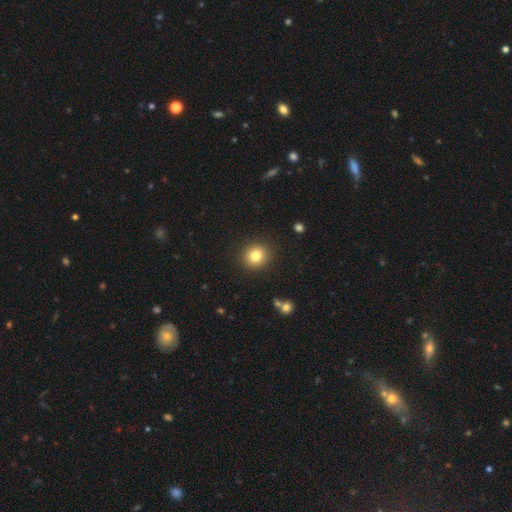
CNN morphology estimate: smooth-or-featured: smooth: 81% | star or artifact: 11% | featured or disk: 8%
  how-rounded: round: 87% | in between: 12% | cigar-shaped: 1%
  merging: none: 90% | minor disturbance: 6% | major disturbance: 2% | merger: 1%